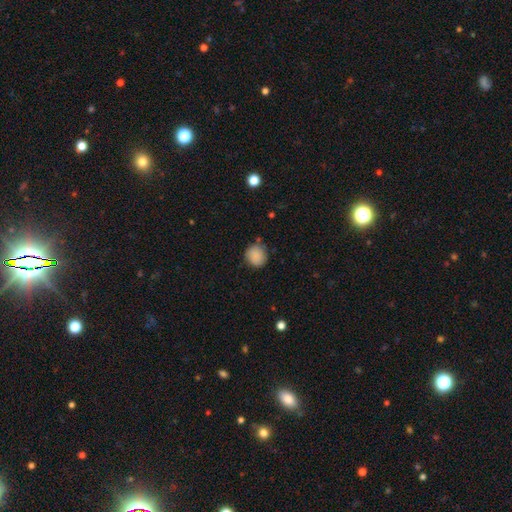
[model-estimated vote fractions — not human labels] smooth_or_featured: smooth (p=0.88) [alt: star or artifact p=0.09]
how_rounded: round (p=0.81) [alt: in between p=0.18]
merging: none (p=0.80) [alt: minor disturbance p=0.14]